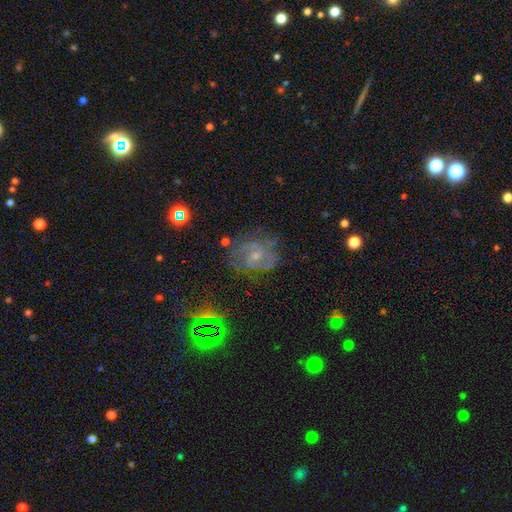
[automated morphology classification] A featured or disk galaxy (72%) with no bar (50%), 2 (54%) medium (47%) spiral arms (89%) and a small central bulge (60%). Merging: none (65%).